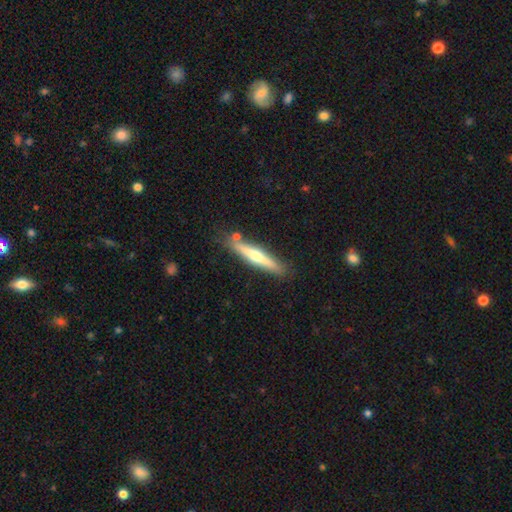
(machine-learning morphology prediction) The model was most divided on "smooth or featured": featured or disk: 54%, smooth: 41%, star or artifact: 5%. More confident: edge-on disk — yes (95%); edge-on bulge — rounded (83%); merging — none (83%).